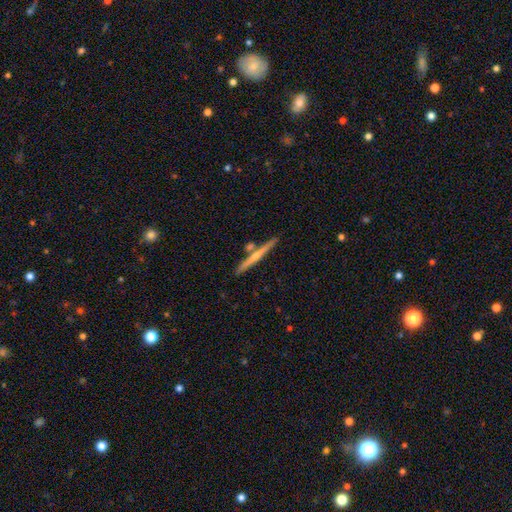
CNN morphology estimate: The model was most divided on "edge-on bulge": rounded: 63%, none: 29%, boxy: 8%. More confident: edge-on disk — yes (97%); merging — none (85%); smooth or featured — featured or disk (68%).